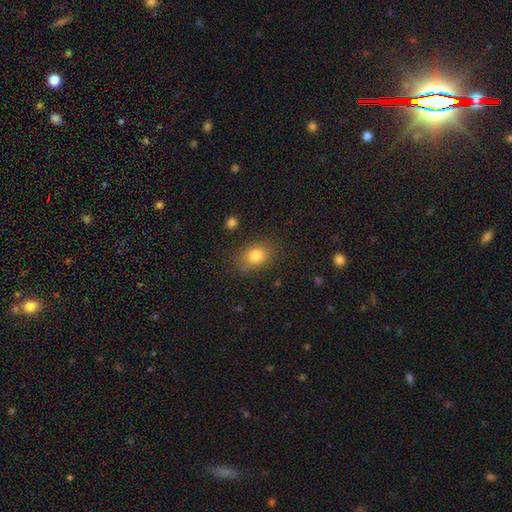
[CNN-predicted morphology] type=smooth (82%); roundness=in between (62%); merging=none (77%).